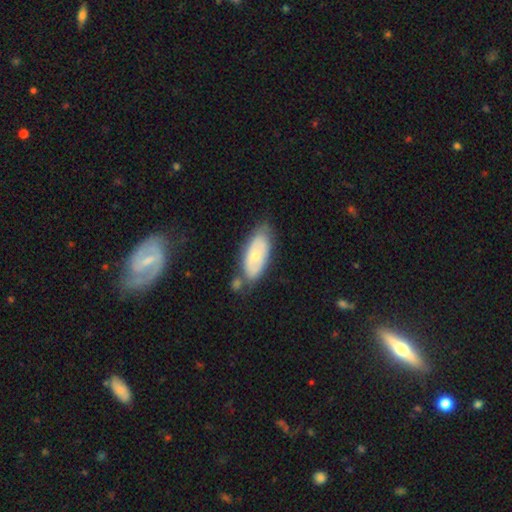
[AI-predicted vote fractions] smooth_or_featured: featured or disk (p=0.48) [alt: smooth p=0.46]
merging: none (p=0.61) [alt: minor disturbance p=0.21]